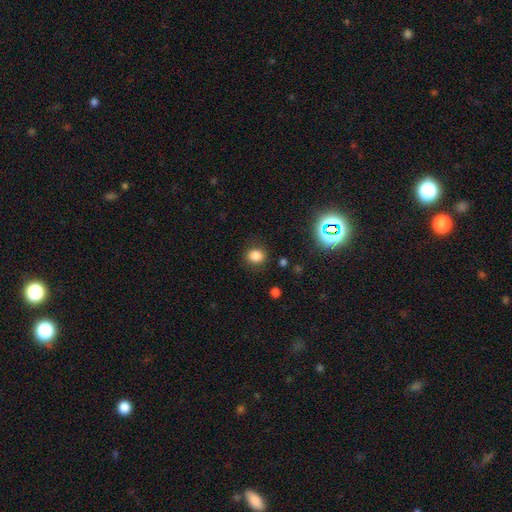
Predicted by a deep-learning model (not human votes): smooth-or-featured: smooth: 81% | star or artifact: 15% | featured or disk: 5%
  how-rounded: round: 76% | in between: 23% | cigar-shaped: 1%
  merging: none: 85% | minor disturbance: 10% | major disturbance: 4% | merger: 1%